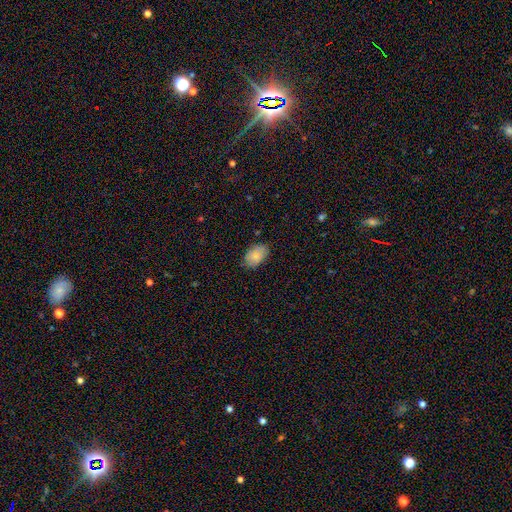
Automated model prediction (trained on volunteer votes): Overall: smooth (82%). How rounded: in between (89%). Merging: none (80%).